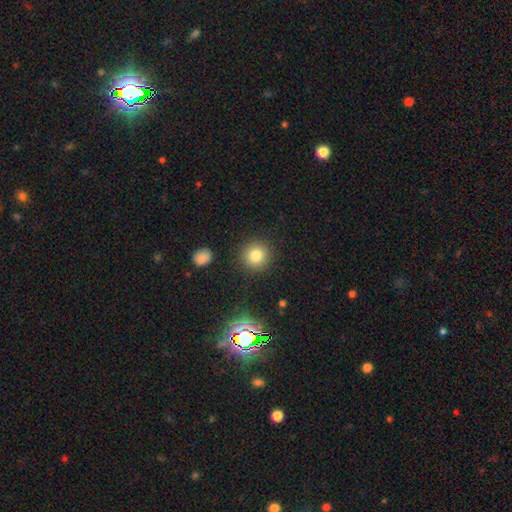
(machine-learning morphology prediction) A smooth galaxy with no disk features (80%) that is round (93%).

Vote fractions:
- Smooth or featured? smooth: 80% / star or artifact: 13% / featured or disk: 7%
- How rounded? round: 93% / in between: 6% / cigar-shaped: 1%
- Merging? none: 89% / minor disturbance: 6% / major disturbance: 3% / merger: 2%